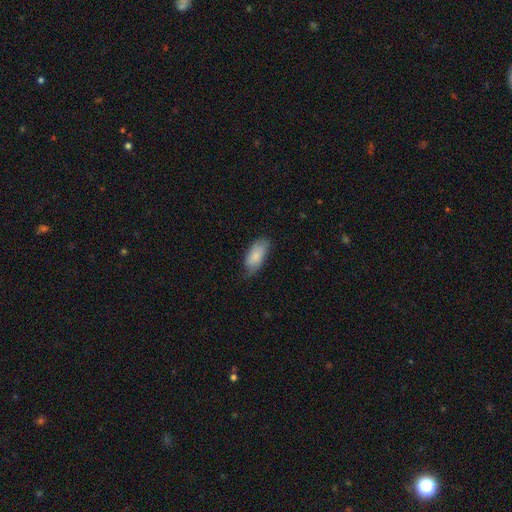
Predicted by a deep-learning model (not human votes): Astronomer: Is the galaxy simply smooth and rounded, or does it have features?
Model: smooth — 81%.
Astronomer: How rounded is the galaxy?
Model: in between — 89%.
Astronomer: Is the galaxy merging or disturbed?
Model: none — 63%.